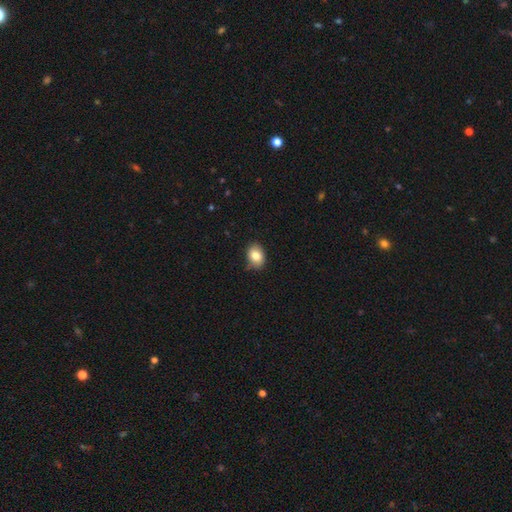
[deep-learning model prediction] A smooth galaxy with no disk features (83%) that is in between round and cigar-shaped (74%). Merging: none (81%).